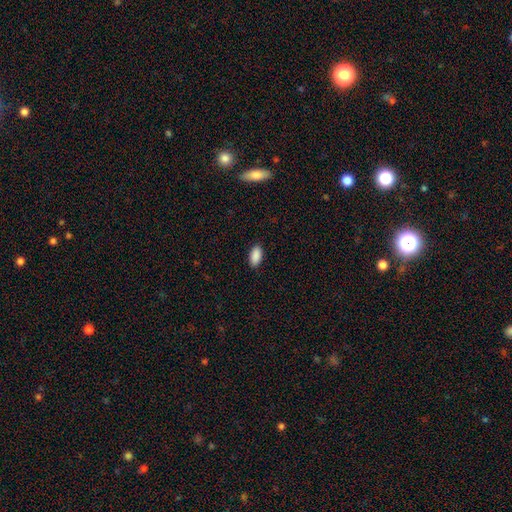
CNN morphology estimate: Smooth or featured? smooth (90%)
How rounded? in between (93%)
Merging? none (89%)